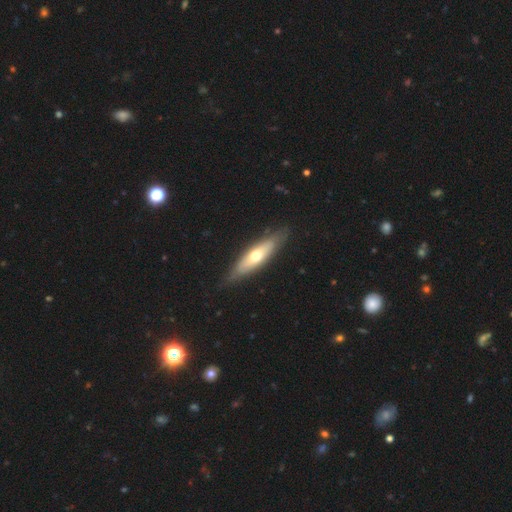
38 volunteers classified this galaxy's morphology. Overall: smooth (47%, tied with featured or disk). How rounded: cigar-shaped (56%; in between 39%). Merging: none (78%).